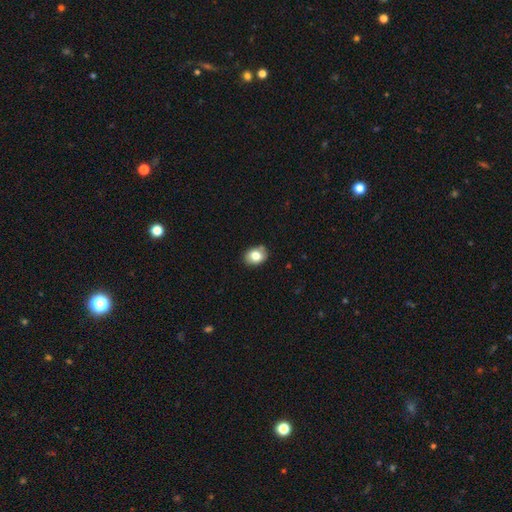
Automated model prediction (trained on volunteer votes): This appears to be a smooth galaxy with no disk features (80%) that is in between round and cigar-shaped (62%). Merging: none (82%).